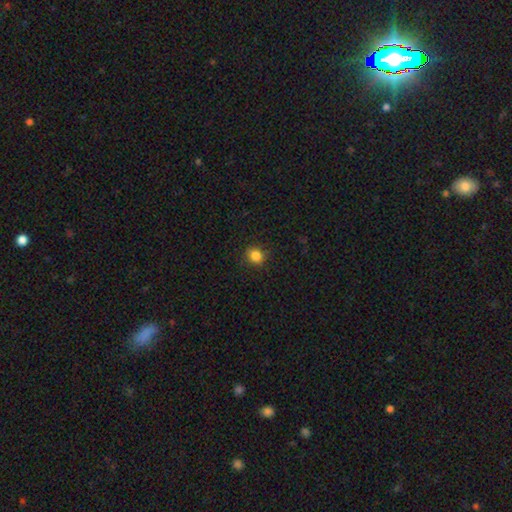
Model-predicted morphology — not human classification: The model was most divided on "how rounded": round: 80%, in between: 19%, cigar-shaped: 1%. More confident: merging — none (89%); smooth or featured — smooth (84%).